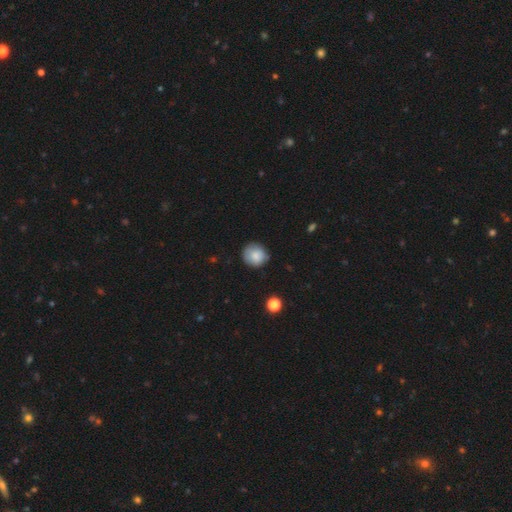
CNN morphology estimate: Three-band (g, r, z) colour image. It shows a smooth galaxy with no disk features (83%) that is round (90%). Merging: none (80%).